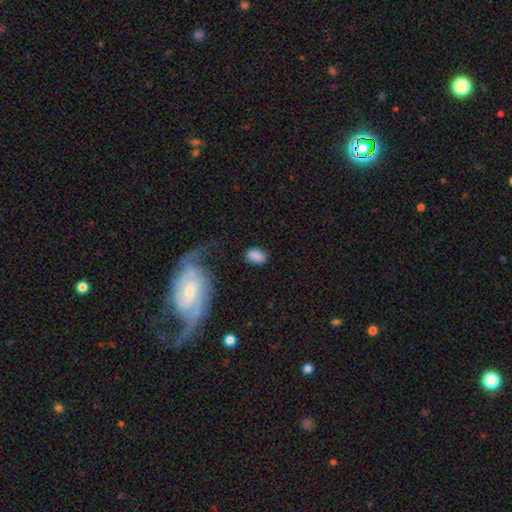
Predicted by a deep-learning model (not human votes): Smooth or featured: smooth — 82% (featured or disk — 10%)
How rounded: in between — 89% (round — 9%)
Merging: none — 70% (minor disturbance — 16%)